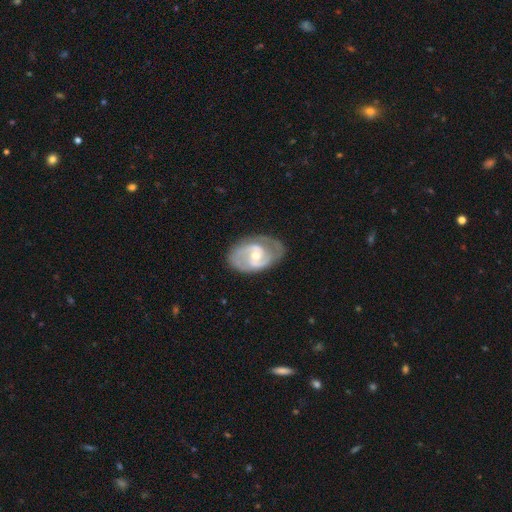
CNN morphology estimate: A featured or disk galaxy (84%) with no bar (48%), 2 (78%) medium (46%) spiral arms (91%) and a moderate central bulge (58%). Merging: none (73%).